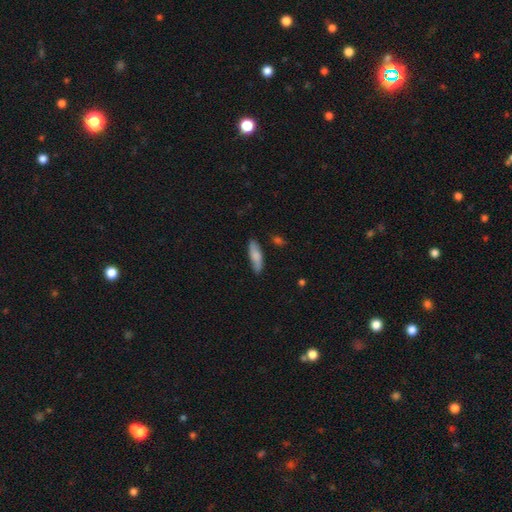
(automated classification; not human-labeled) Smooth or featured?
  - smooth: 75% *
  - featured or disk: 20%
  - star or artifact: 6%
How rounded?
  - cigar-shaped: 53% *
  - in between: 45%
  - round: 2%
Merging?
  - none: 81% *
  - minor disturbance: 14%
  - major disturbance: 2%
  - merger: 2%